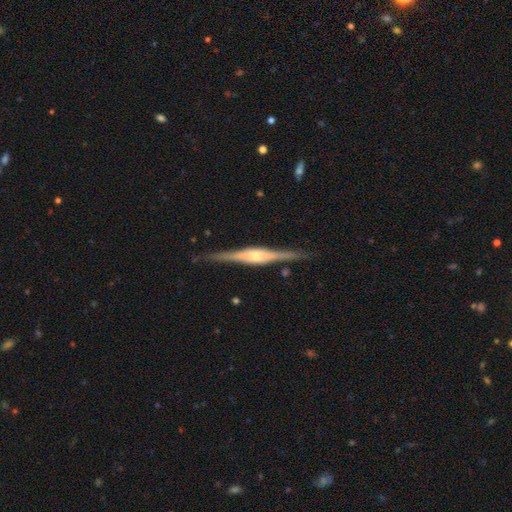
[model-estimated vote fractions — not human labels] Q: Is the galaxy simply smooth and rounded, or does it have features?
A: featured or disk — 85%.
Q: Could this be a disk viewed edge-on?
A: yes — 98%.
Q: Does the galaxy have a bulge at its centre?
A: rounded — 65%.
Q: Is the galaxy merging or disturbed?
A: none — 87%.